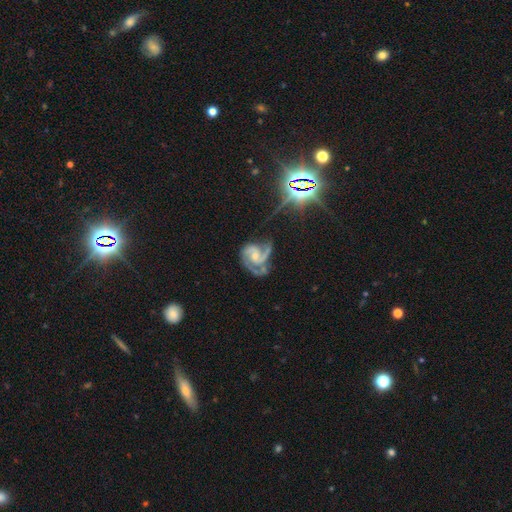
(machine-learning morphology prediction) smooth_or_featured: featured or disk (p=0.89) [alt: star or artifact p=0.06]
disk_edge_on: no (p=0.98) [alt: yes p=0.02]
bar: no (p=0.56) [alt: weak p=0.34]
has_spiral_arms: yes (p=0.98) [alt: no p=0.02]
spiral_winding: medium (p=0.55) [alt: tight p=0.33]
spiral_arm_count: 2 (p=0.72) [alt: 3 p=0.16]
bulge_size: small (p=0.51) [alt: moderate p=0.39]
merging: none (p=0.52) [alt: minor disturbance p=0.24]